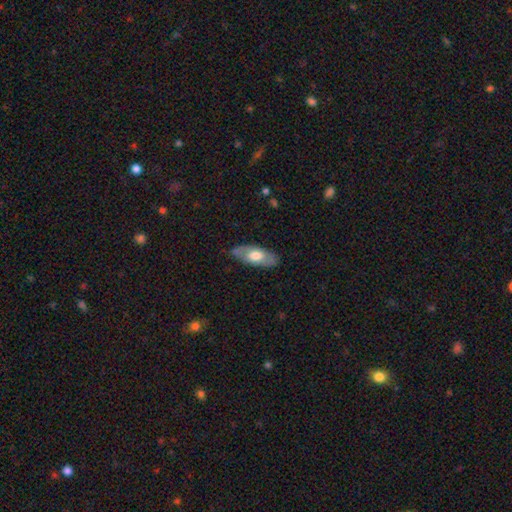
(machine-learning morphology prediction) This appears to be a smooth galaxy with no disk features (55%) that is in between round and cigar-shaped (83%). Merging: none (77%).